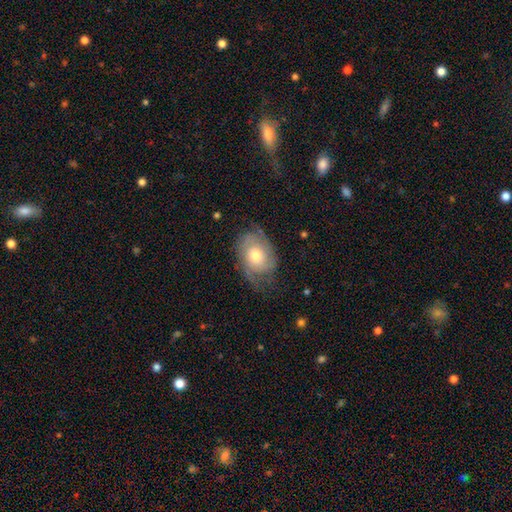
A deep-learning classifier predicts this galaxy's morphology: type=featured or disk (61%); edge-on=no (95%); bar=no (81%); spiral arms=yes (82%); bulge=moderate (69%); merging=none (59%).